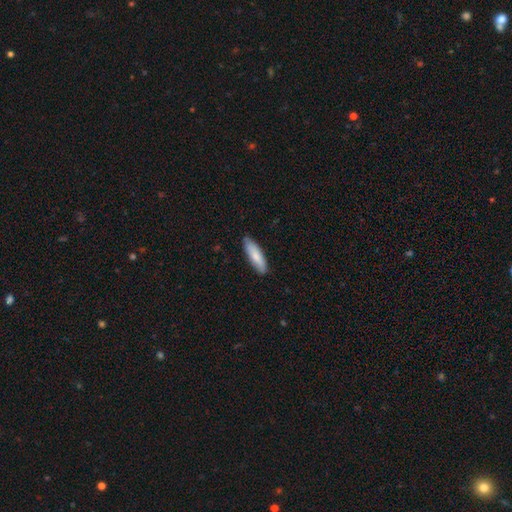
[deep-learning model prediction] Smooth or featured? smooth (80%)
How rounded? cigar-shaped (55%)
Merging? none (85%)